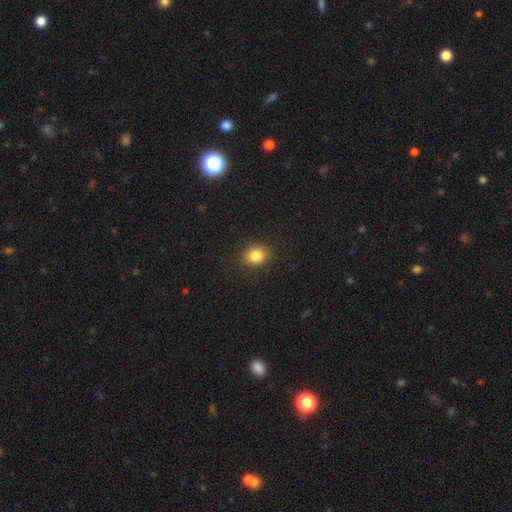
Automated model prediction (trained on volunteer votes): The model was most divided on "how rounded": round: 53%, in between: 46%, cigar-shaped: 1%. More confident: merging — none (87%); smooth or featured — smooth (84%).